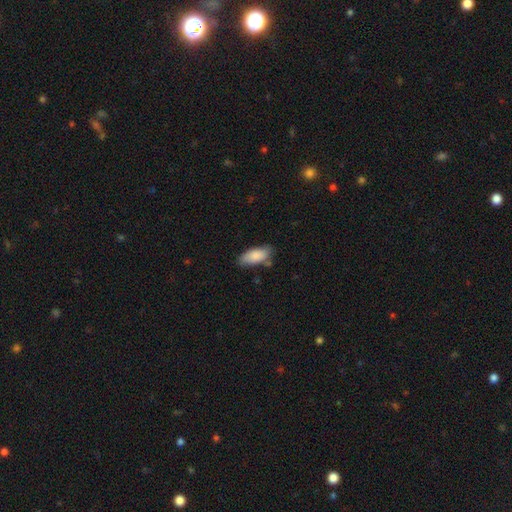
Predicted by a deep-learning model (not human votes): smooth_or_featured: smooth (p=0.86) [alt: featured or disk p=0.08]
how_rounded: in between (p=0.86) [alt: cigar-shaped p=0.11]
merging: none (p=0.67) [alt: minor disturbance p=0.24]